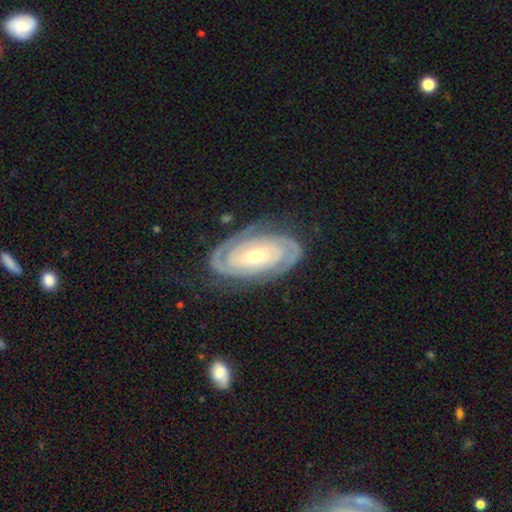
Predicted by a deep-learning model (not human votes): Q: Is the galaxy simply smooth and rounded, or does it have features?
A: featured or disk — 92%.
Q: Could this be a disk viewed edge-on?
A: no — 96%.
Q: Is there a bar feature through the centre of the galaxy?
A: no — 45%.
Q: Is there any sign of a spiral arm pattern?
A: yes — 98%.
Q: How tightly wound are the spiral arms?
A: tight — 85%.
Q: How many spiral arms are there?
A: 2 — 80%.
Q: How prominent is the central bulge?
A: moderate — 54%.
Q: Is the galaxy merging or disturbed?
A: none — 83%.